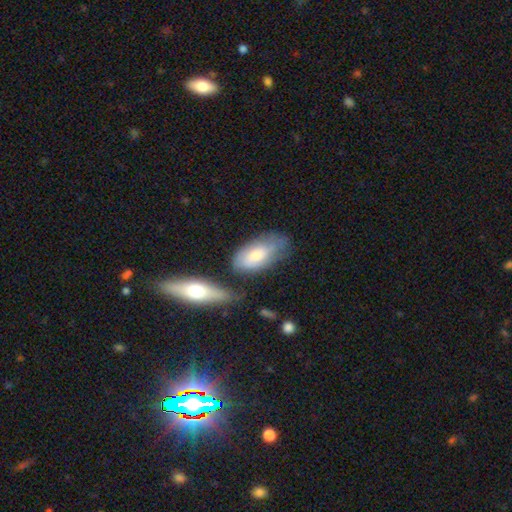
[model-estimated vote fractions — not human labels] Morphology: type=smooth (64%); roundness=in between (90%); merging=none (52%).